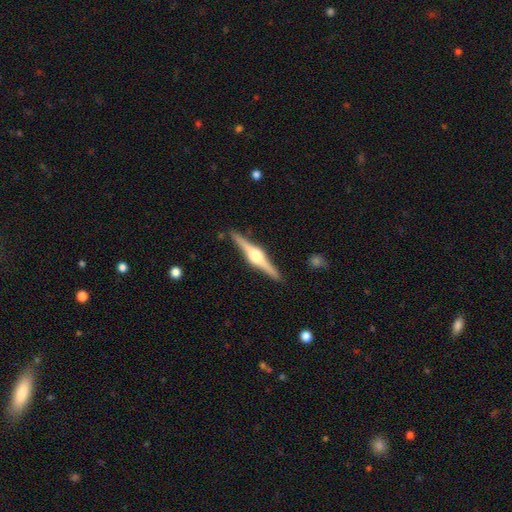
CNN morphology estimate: featured or disk 86%, smooth 10%, star or artifact 4%. Down the decision tree: edge-on disk — yes (99%); edge-on bulge — rounded (93%); merging — none (91%).